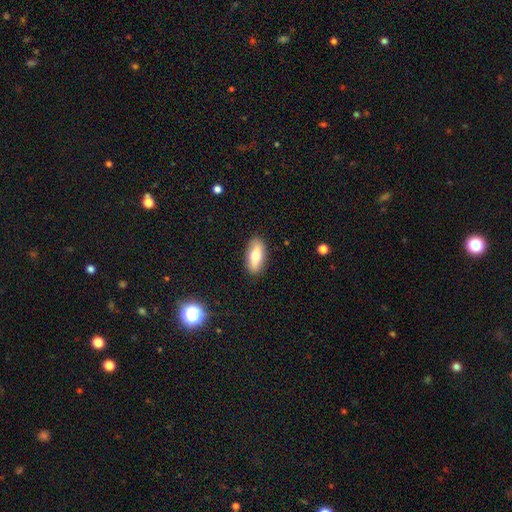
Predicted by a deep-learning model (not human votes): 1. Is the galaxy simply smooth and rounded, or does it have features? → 65% smooth, 28% featured or disk, 7% star or artifact.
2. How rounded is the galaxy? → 81% in between, 16% cigar-shaped, 3% round.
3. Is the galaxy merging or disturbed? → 88% none, 9% minor disturbance, 2% major disturbance, 1% merger.